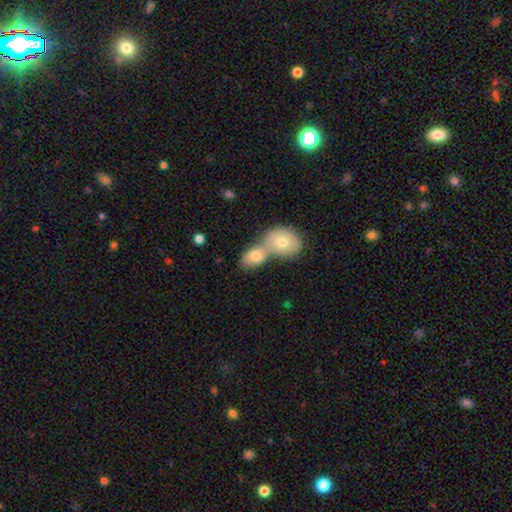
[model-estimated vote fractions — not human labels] Smooth or featured: smooth — 74% (featured or disk — 18%)
How rounded: in between — 76% (round — 21%)
Merging: merger — 69% (none — 22%)